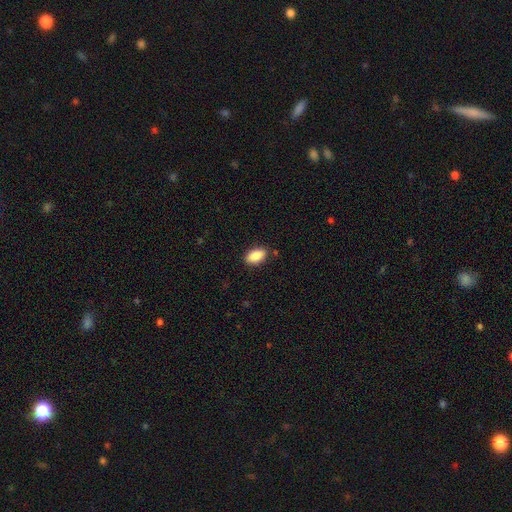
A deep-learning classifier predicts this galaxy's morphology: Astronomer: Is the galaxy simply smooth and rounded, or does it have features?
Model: smooth — 89%.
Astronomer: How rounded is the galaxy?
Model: in between — 92%.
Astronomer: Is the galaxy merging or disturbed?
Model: none — 85%.